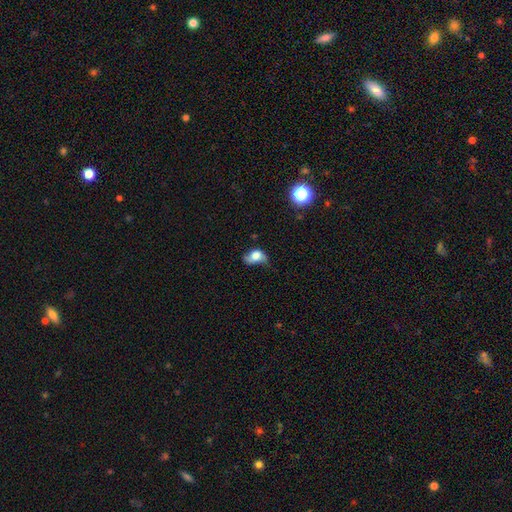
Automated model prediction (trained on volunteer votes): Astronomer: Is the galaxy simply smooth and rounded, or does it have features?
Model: smooth — 62%.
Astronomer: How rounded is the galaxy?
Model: in between — 72%.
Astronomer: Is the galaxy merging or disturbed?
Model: minor disturbance — 35% (runner-up: major disturbance, 31%).